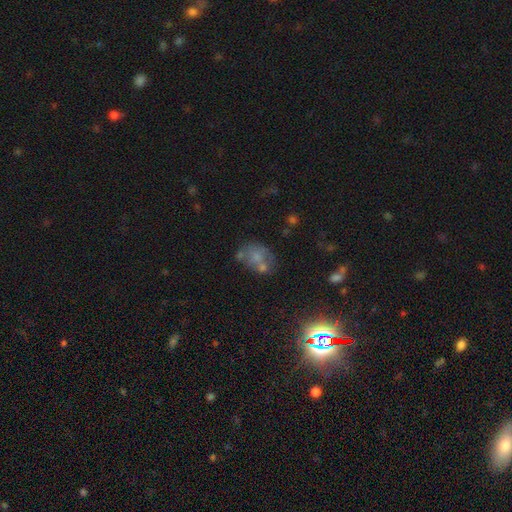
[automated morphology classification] Q: Smooth or featured?
A: smooth (51%); runner-up: featured or disk (31%)
Q: How rounded?
A: in between (63%); runner-up: round (35%)
Q: Merging?
A: none (39%); runner-up: merger (30%)